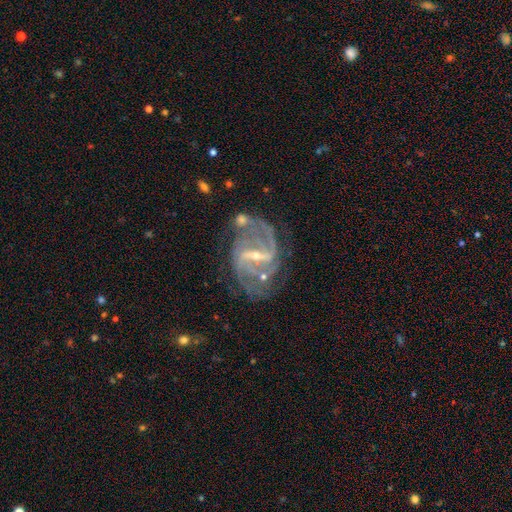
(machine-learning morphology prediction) This is clearly a featured or disk galaxy (90%). It is clearly not viewed edge-on (97%). Bar: likely strong (63%). Spiral arm pattern: clearly yes (97%). Spiral arm count: likely 2 (75%). Spiral winding: possibly medium (51%). Central bulge: likely small (72%). Merging: likely none (63%).